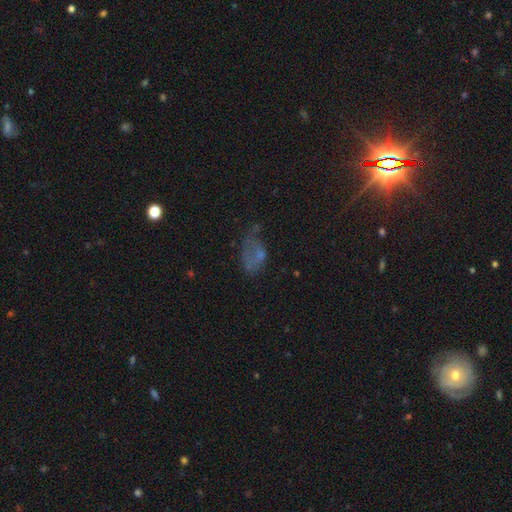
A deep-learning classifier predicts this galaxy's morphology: This is marginally a smooth galaxy (44%). Merging: marginally major disturbance (40%).